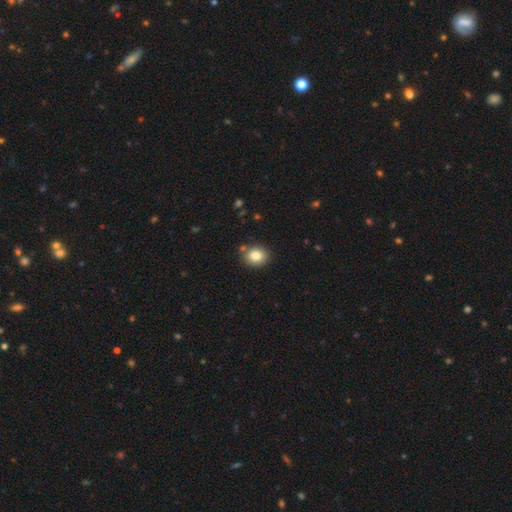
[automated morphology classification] This is clearly a smooth galaxy (83%). How rounded: possibly round (59%). Merging: clearly none (84%).